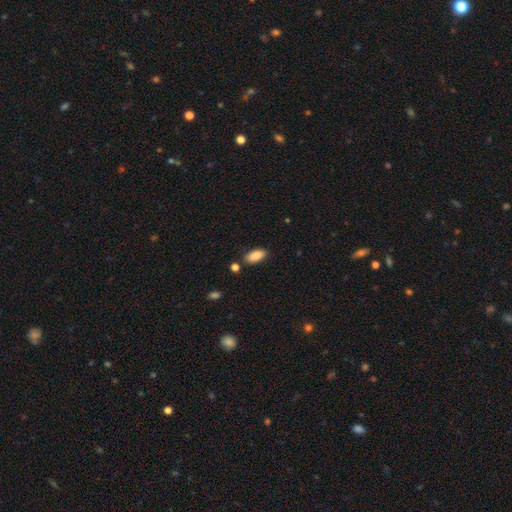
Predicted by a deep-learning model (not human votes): smooth 88%, star or artifact 7%, featured or disk 5%. Down the decision tree: how rounded — in between (87%); merging — none (80%).